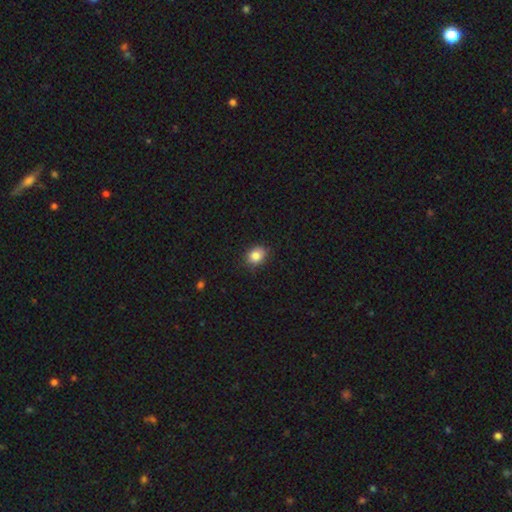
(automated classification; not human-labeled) Smooth or featured: smooth — 85% (star or artifact — 10%)
How rounded: round — 54% (in between — 45%)
Merging: none — 84% (minor disturbance — 13%)